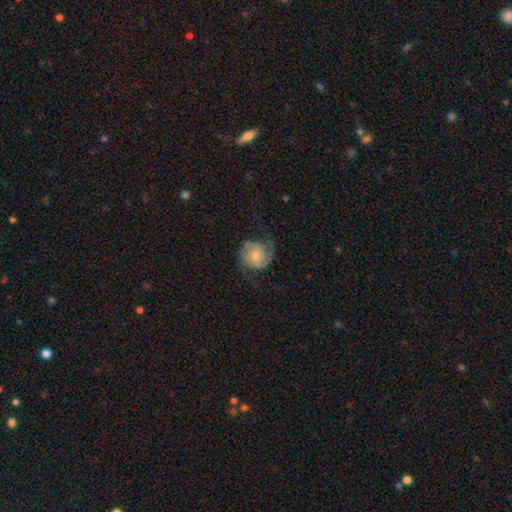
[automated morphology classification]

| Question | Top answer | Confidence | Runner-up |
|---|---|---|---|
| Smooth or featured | featured or disk | 78% | smooth (16%) |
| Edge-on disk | no | 98% | yes (2%) |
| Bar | no | 63% | weak (30%) |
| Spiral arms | yes | 95% | no (5%) |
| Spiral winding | medium | 43% | loose (37%) |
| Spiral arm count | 2 | 91% | can't tell (3%) |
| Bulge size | moderate | 44% | small (43%) |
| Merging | none | 69% | minor disturbance (16%) |